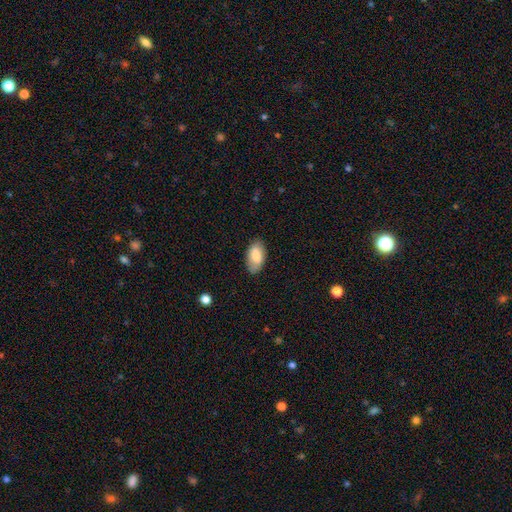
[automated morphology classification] smooth 78%, featured or disk 15%, star or artifact 7%. Down the decision tree: how rounded — in between (94%); merging — none (82%).